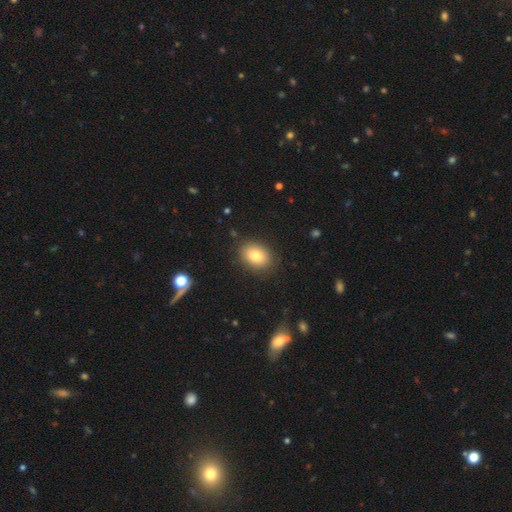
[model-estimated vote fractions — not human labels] Morphology: type=smooth (81%); roundness=in between (74%); merging=none (86%).